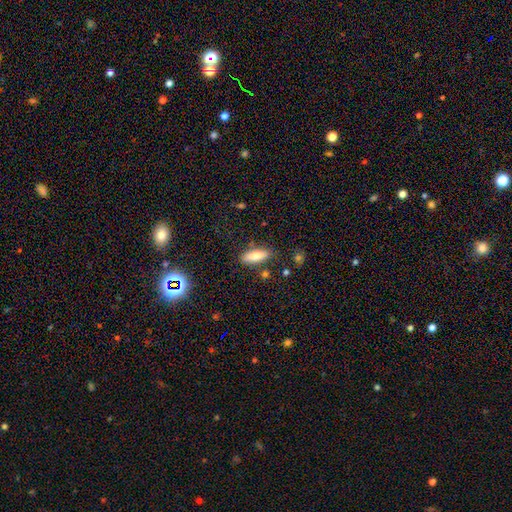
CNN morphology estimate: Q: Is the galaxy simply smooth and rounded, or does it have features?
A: smooth — 74%.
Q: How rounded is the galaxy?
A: in between — 62%.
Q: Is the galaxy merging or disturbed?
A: none — 81%.